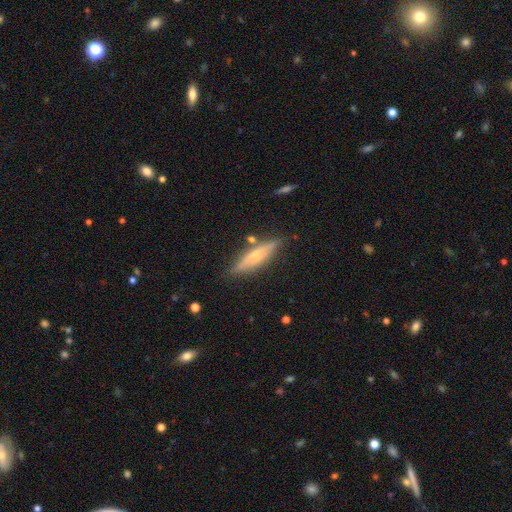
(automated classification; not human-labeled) Smooth or featured? featured or disk (49%)
Merging? none (81%)